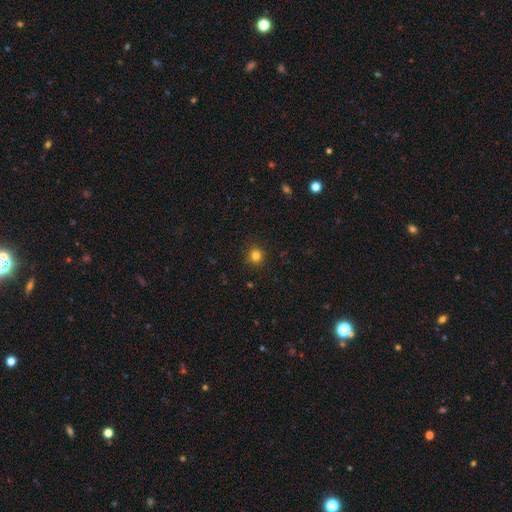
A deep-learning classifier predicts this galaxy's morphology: A smooth galaxy with no disk features (82%) that is round (91%).

Vote fractions:
- Smooth or featured? smooth: 82% / star or artifact: 13% / featured or disk: 5%
- How rounded? round: 91% / in between: 8% / cigar-shaped: 1%
- Merging? none: 90% / minor disturbance: 7% / major disturbance: 2% / merger: 1%